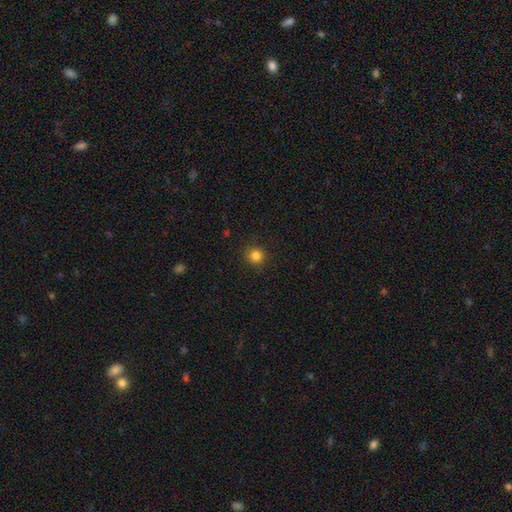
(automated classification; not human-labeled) This appears to be a smooth galaxy with no disk features (84%) that is round (93%). Merging: none (90%).